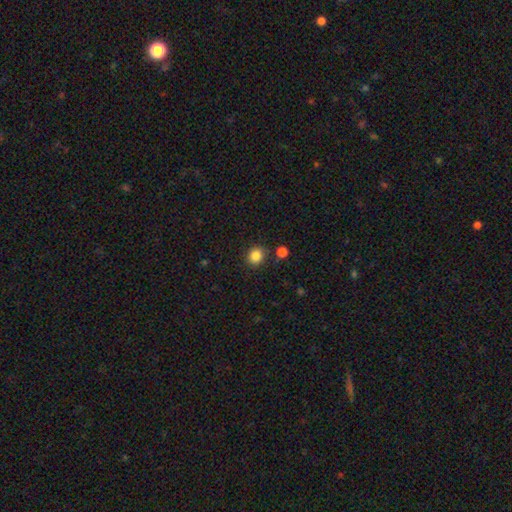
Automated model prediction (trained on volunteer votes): A smooth galaxy with no disk features (85%) that is round (80%). Merging: none (82%).